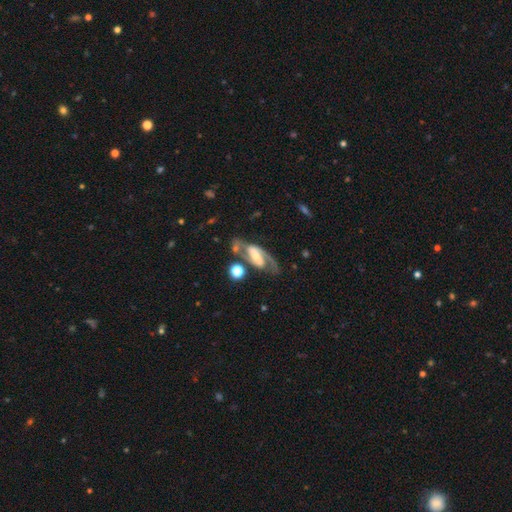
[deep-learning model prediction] Overall: featured or disk (86%). Edge-on disk: no (95%). Bar: strong (53%; weak 32%). Spiral arms: yes (95%). Spiral arm count: 2 (89%). Spiral winding: medium (55%; loose 23%). Bulge size: moderate (46%; small 43%). Merging: none (66%).